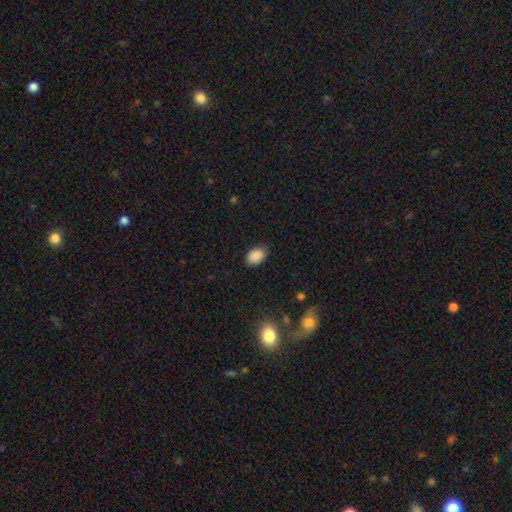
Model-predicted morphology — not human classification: type=smooth (88%); roundness=in between (79%); merging=none (78%).